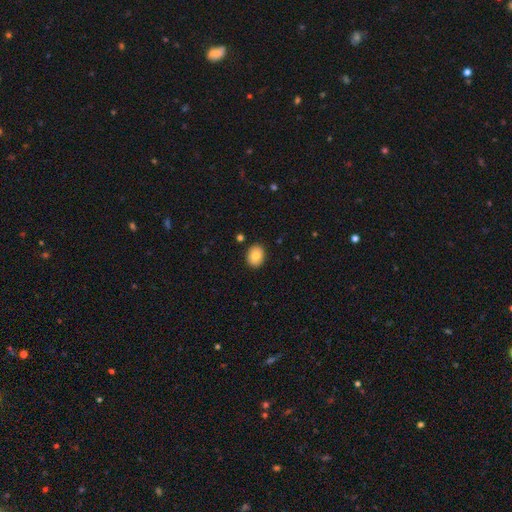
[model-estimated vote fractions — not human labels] Smooth or featured? smooth (81%)
How rounded? in between (56%)
Merging? none (88%)